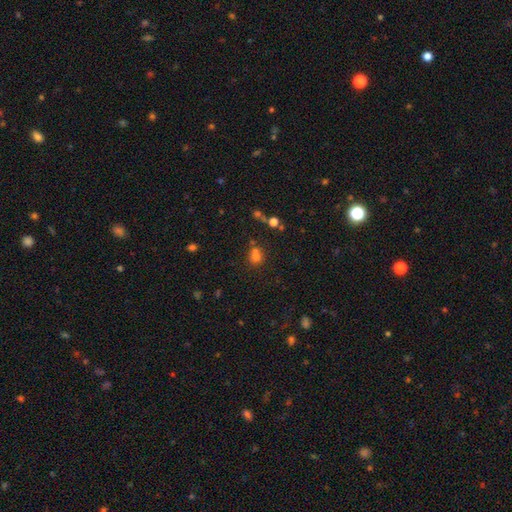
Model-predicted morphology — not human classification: Smooth or featured?
  - smooth: 70% *
  - star or artifact: 19%
  - featured or disk: 11%
How rounded?
  - round: 77% *
  - in between: 22%
  - cigar-shaped: 1%
Merging?
  - none: 51% *
  - merger: 33%
  - minor disturbance: 11%
  - major disturbance: 5%